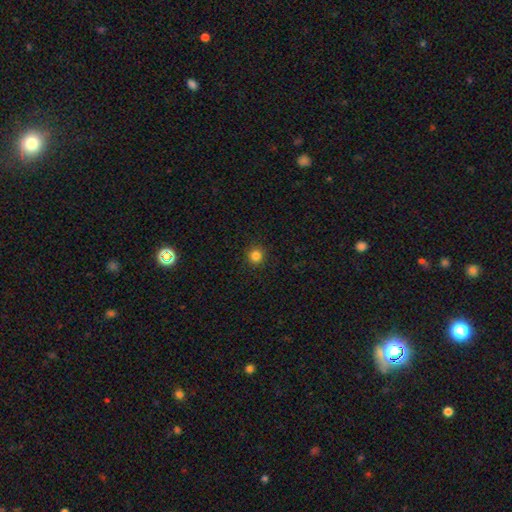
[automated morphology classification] Smooth or featured? Predicted: smooth (p=0.84). How rounded? Predicted: round (p=0.93). Merging? Predicted: none (p=0.92).